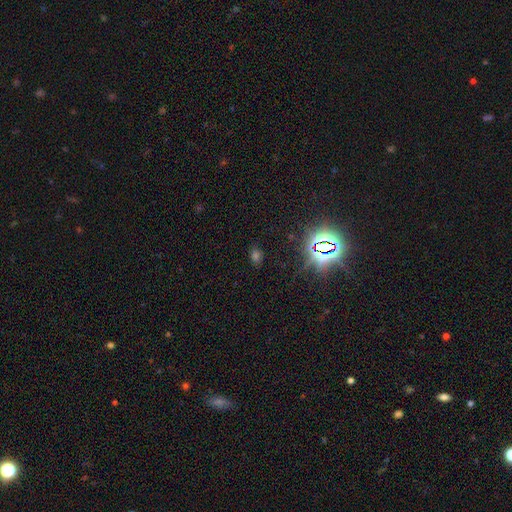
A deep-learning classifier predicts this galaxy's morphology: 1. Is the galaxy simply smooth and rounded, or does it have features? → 60% star or artifact, 31% smooth, 9% featured or disk.